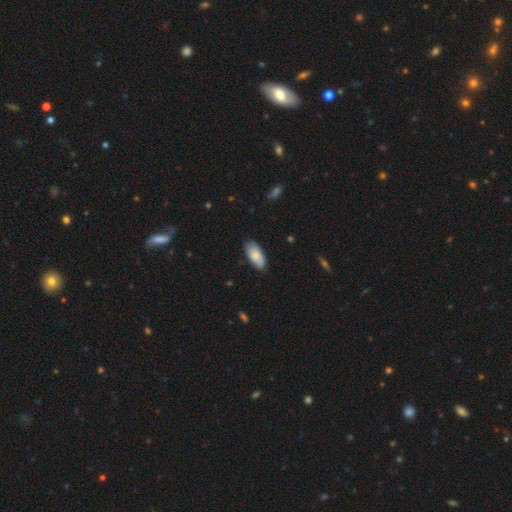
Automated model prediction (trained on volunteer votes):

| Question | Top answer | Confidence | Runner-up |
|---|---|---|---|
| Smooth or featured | smooth | 81% | featured or disk (13%) |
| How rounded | in between | 90% | cigar-shaped (8%) |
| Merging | none | 82% | minor disturbance (15%) |